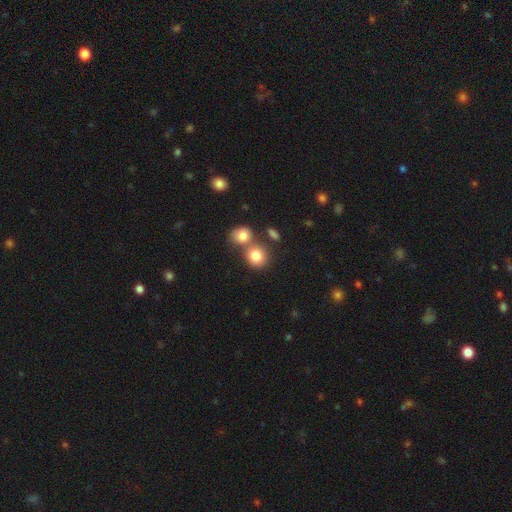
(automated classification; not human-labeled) Smooth or featured? smooth (81%)
How rounded? round (80%)
Merging? none (49%)